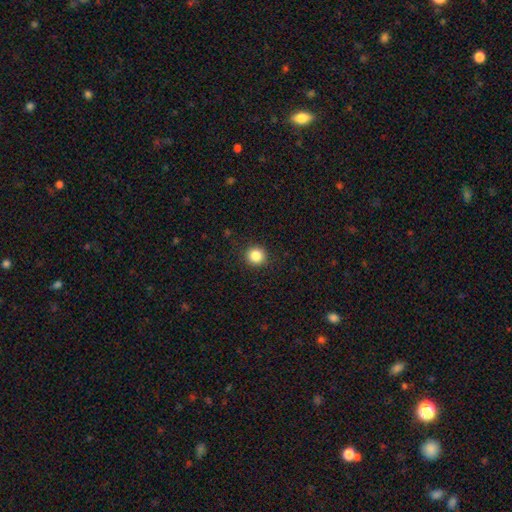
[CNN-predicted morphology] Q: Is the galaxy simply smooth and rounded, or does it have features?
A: smooth — 86%.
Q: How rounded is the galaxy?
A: round — 91%.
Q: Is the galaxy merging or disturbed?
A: none — 91%.